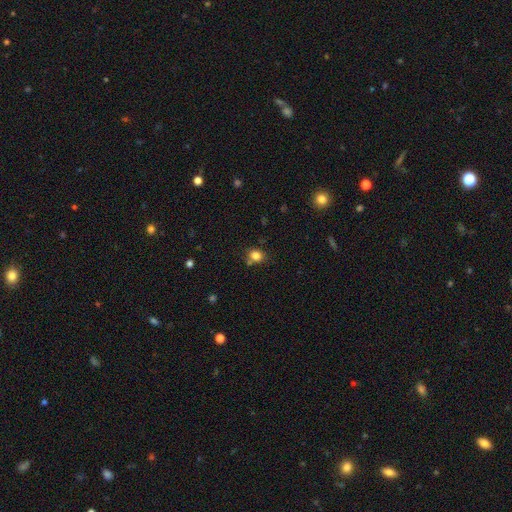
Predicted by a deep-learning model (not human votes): A smooth galaxy with no disk features (81%) that is round (64%).

Vote fractions:
- Smooth or featured? smooth: 81% / star or artifact: 13% / featured or disk: 6%
- How rounded? round: 64% / in between: 35% / cigar-shaped: 1%
- Merging? none: 71% / minor disturbance: 14% / merger: 11% / major disturbance: 4%